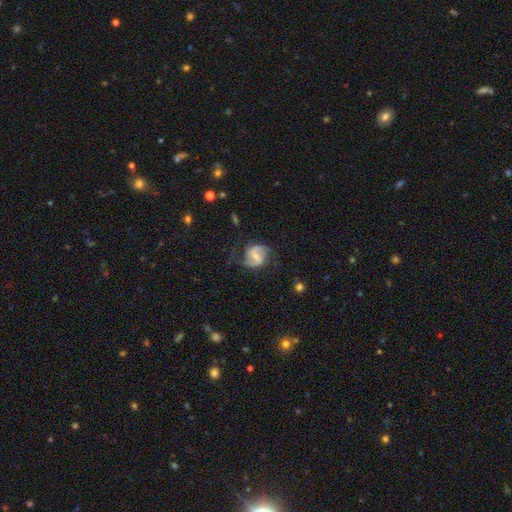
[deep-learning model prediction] Q: Smooth or featured?
A: featured or disk (80%); runner-up: smooth (14%)
Q: Edge-on disk?
A: no (98%); runner-up: yes (2%)
Q: Bar?
A: weak (46%); runner-up: strong (37%)
Q: Spiral arms?
A: yes (93%); runner-up: no (7%)
Q: Spiral winding?
A: medium (46%); runner-up: loose (37%)
Q: Spiral arm count?
A: 2 (89%); runner-up: can't tell (5%)
Q: Bulge size?
A: small (50%); runner-up: moderate (33%)
Q: Merging?
A: none (64%); runner-up: minor disturbance (20%)